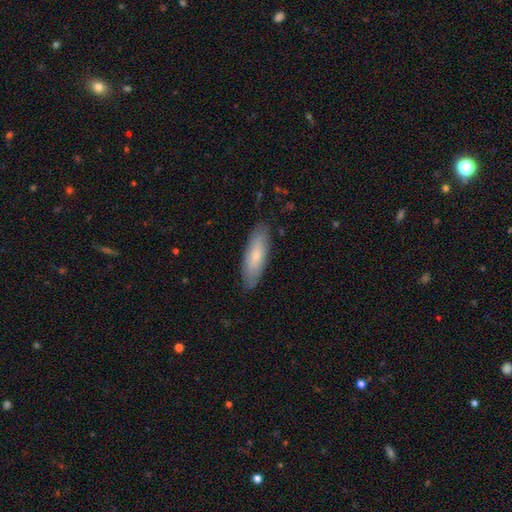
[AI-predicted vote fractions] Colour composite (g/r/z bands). It shows a smooth galaxy with no disk features (65%) that is in between round and cigar-shaped (53%). Merging: none (83%).